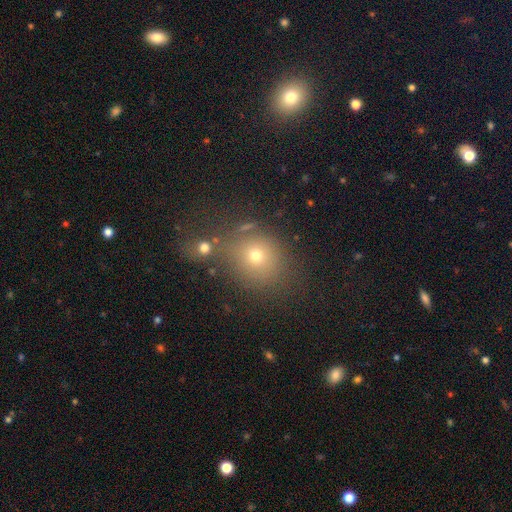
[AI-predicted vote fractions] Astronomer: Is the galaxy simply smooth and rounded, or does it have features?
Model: smooth — 67%.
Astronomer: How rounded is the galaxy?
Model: round — 73%.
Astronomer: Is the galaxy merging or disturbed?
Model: none — 61%.